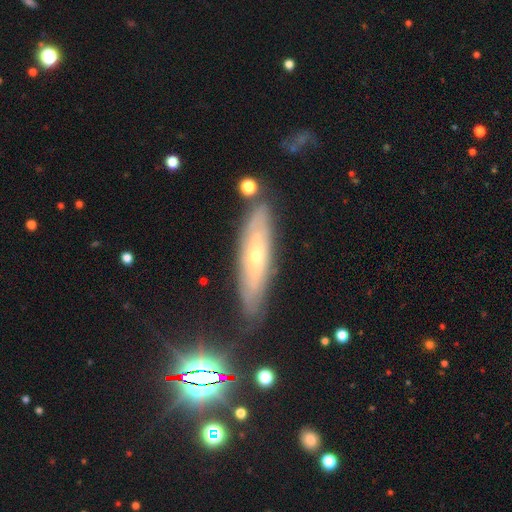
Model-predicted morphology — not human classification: This is possibly a featured or disk galaxy (60%). It is possibly viewed edge-on (53%). Merging: clearly none (81%).